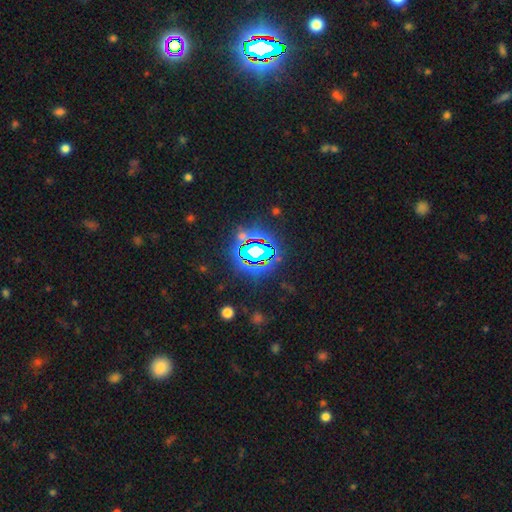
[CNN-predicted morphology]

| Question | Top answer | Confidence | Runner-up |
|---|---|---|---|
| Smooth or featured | star or artifact | 78% | smooth (13%) |